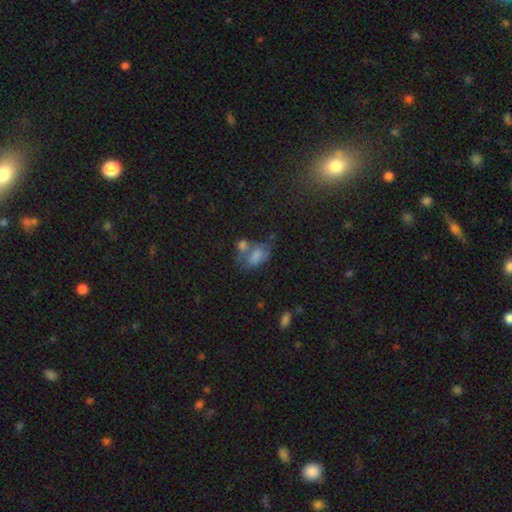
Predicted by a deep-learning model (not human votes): A smooth galaxy with no disk features (65%) that is in between round and cigar-shaped (86%).

Vote fractions:
- Smooth or featured? smooth: 65% / featured or disk: 23% / star or artifact: 12%
- How rounded? in between: 86% / round: 11% / cigar-shaped: 3%
- Merging? merger: 43% / none: 24% / minor disturbance: 17% / major disturbance: 16%